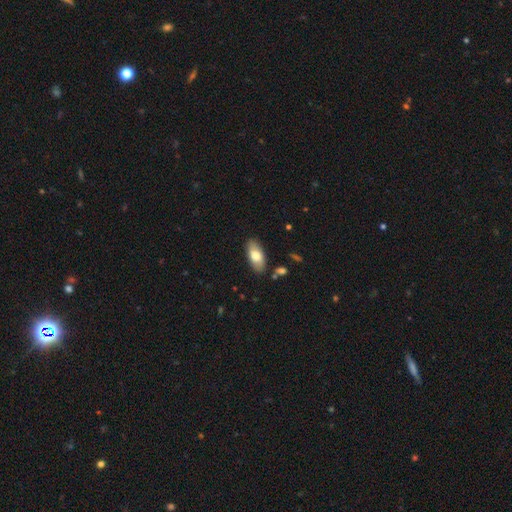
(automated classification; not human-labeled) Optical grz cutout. It shows a smooth galaxy with no disk features (75%) that is in between round and cigar-shaped (90%). Merging: none (86%).